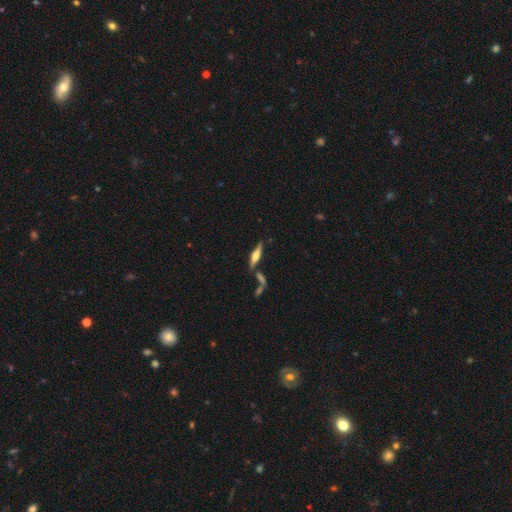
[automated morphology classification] This is possibly a featured or disk galaxy (55%). It is clearly viewed edge-on (94%). Edge-on bulge: clearly rounded (83%). Merging: likely none (70%).